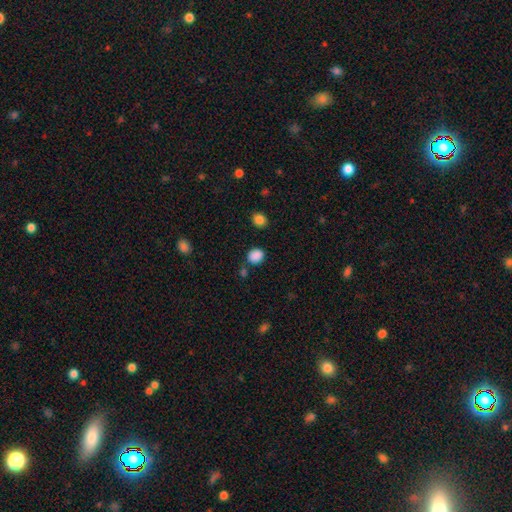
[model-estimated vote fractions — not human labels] Smooth or featured?
  - smooth: 86% *
  - star or artifact: 11%
  - featured or disk: 3%
How rounded?
  - round: 65% *
  - in between: 35%
  - cigar-shaped: 1%
Merging?
  - none: 76% *
  - minor disturbance: 13%
  - merger: 7%
  - major disturbance: 4%